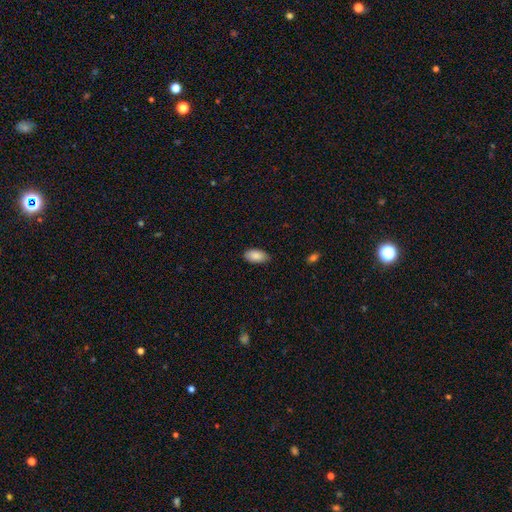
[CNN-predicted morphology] The model was most divided on "merging": none: 84%, minor disturbance: 13%, major disturbance: 2%, merger: 1%. More confident: how rounded — in between (94%); smooth or featured — smooth (88%).